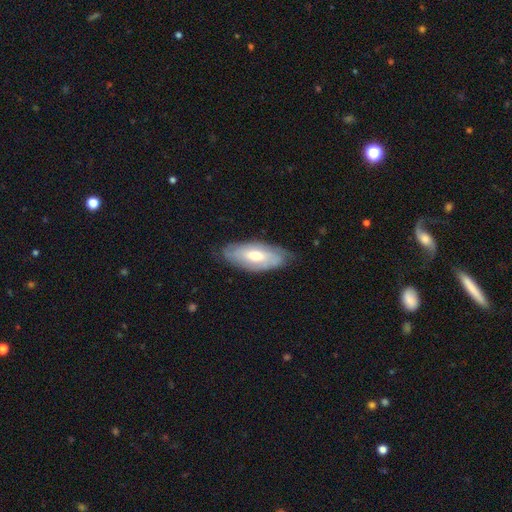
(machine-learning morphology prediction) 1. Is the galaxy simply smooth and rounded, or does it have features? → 55% featured or disk, 39% smooth, 6% star or artifact.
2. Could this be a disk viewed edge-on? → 83% no, 17% yes.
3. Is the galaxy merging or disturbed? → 73% none, 22% minor disturbance, 5% major disturbance, 1% merger.